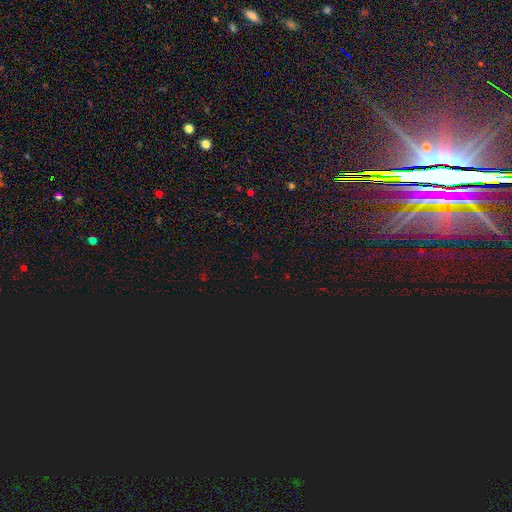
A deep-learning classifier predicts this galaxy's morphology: star or artifact 71%, smooth 22%, featured or disk 7%.